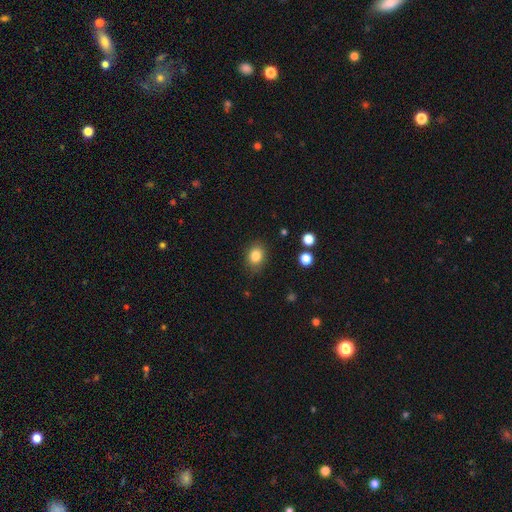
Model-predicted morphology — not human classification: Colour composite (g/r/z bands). It shows a smooth galaxy with no disk features (84%) that is in between round and cigar-shaped (55%). Merging: none (84%).